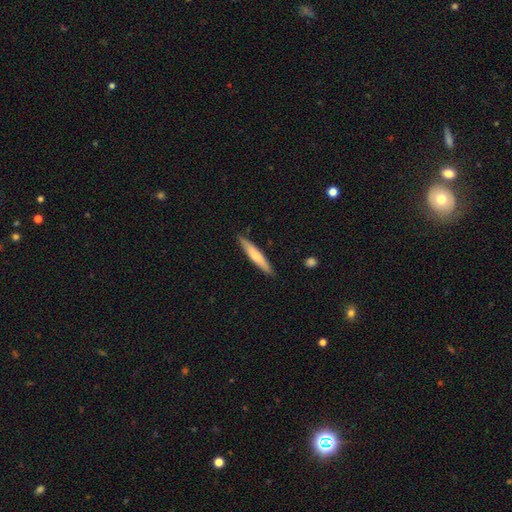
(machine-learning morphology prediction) This is likely a smooth galaxy (64%). How rounded: clearly cigar-shaped (92%). Merging: clearly none (88%).